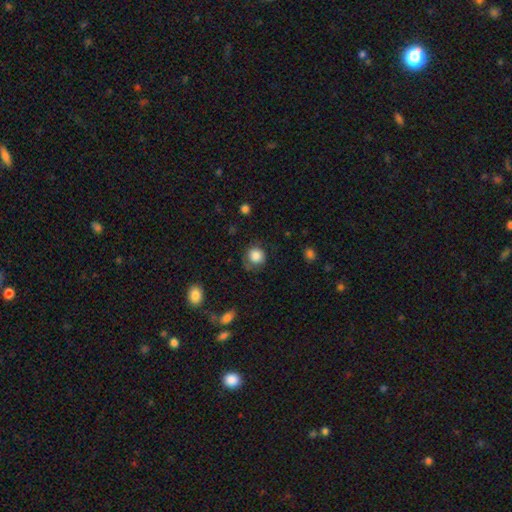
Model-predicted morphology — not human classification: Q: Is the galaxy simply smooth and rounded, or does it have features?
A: smooth — 83%.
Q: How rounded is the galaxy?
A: round — 87%.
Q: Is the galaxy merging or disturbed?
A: none — 66%.